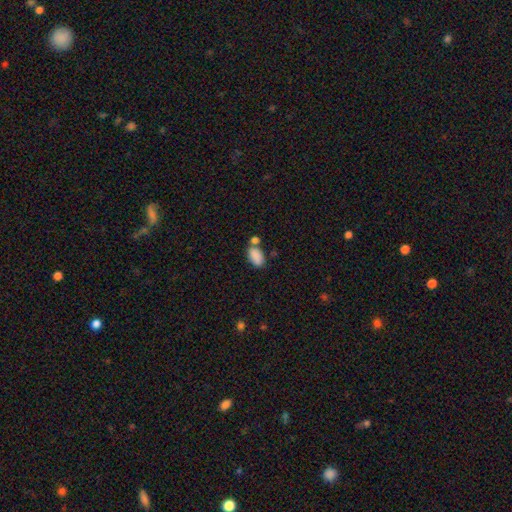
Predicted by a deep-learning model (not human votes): Smooth or featured: smooth — 85% (star or artifact — 8%)
How rounded: in between — 92% (round — 7%)
Merging: none — 50% (merger — 31%)